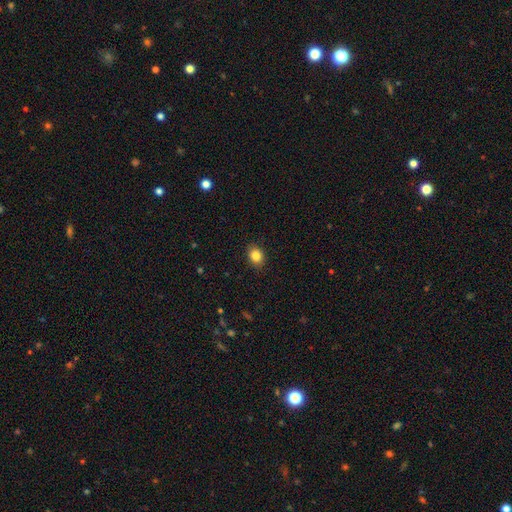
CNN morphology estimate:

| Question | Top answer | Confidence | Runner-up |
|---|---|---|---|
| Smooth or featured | smooth | 85% | star or artifact (10%) |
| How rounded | in between | 54% | round (45%) |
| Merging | none | 89% | minor disturbance (8%) |